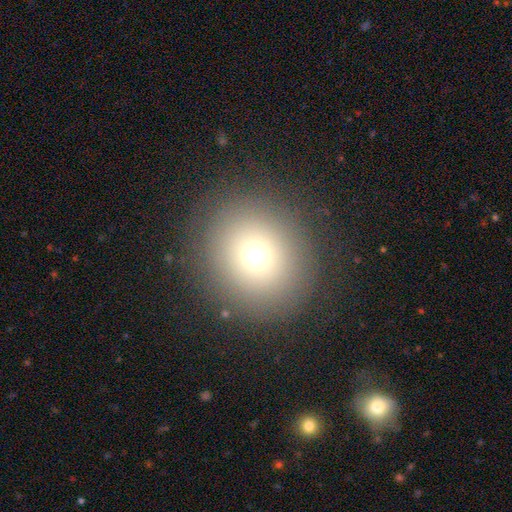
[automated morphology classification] This is likely a smooth galaxy (69%). How rounded: clearly round (88%). Merging: clearly none (88%).